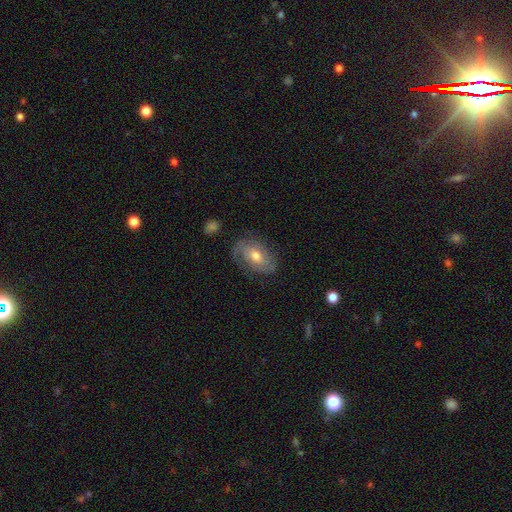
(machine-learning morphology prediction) This appears to be a featured or disk galaxy (69%) with no bar (57%), 2 (57%) tight (54%) spiral arms (86%) and a moderate central bulge (70%). Merging: none (71%).